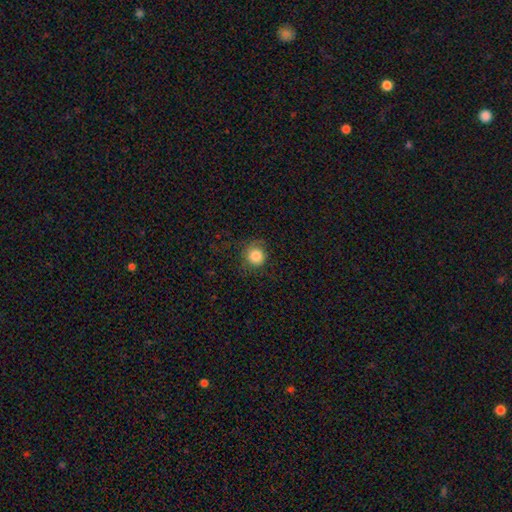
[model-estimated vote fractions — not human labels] Morphology: type=smooth (84%); roundness=round (91%); merging=none (73%).